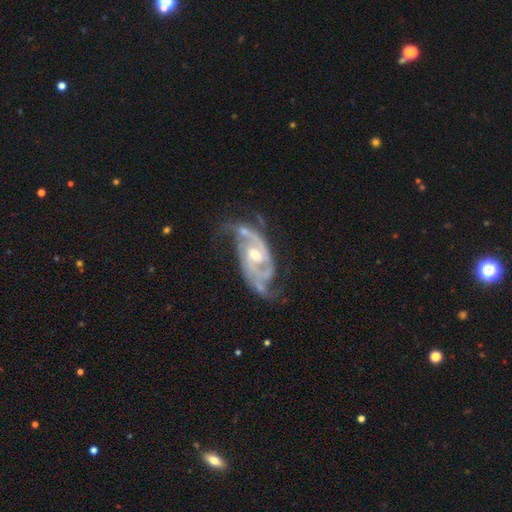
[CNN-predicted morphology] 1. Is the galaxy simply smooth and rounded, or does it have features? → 91% featured or disk, 5% star or artifact, 4% smooth.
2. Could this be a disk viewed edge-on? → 96% no, 4% yes.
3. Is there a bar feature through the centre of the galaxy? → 45% no, 39% weak, 16% strong.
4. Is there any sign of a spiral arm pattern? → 97% yes, 3% no.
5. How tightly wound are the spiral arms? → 49% medium, 33% tight, 18% loose.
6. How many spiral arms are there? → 60% 2, 19% 3, 9% can't tell, 4% 4, 4% 1, 3% more than 4.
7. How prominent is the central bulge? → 63% moderate, 31% small, 4% large, 1% none, 1% dominant.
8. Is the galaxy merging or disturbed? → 55% none, 22% minor disturbance, 19% major disturbance, 4% merger.